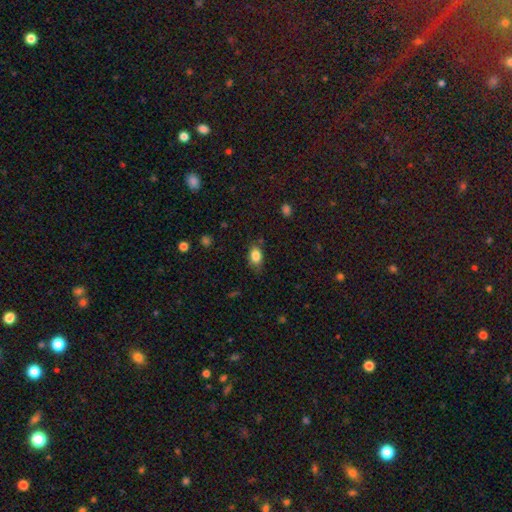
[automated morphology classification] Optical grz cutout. It shows a smooth galaxy with no disk features (84%) that is in between round and cigar-shaped (82%). Merging: none (72%).